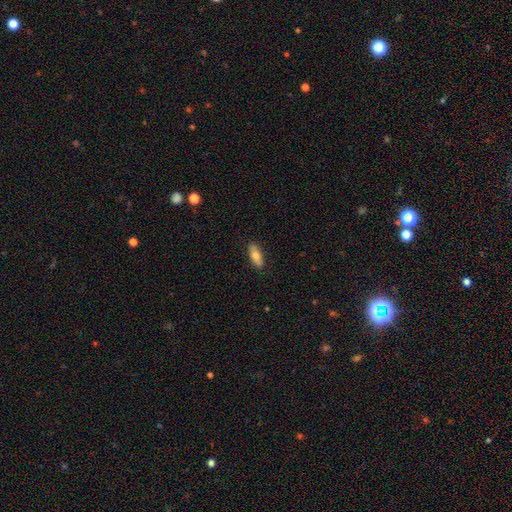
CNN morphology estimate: Smooth or featured: smooth — 72% (featured or disk — 22%)
How rounded: in between — 70% (cigar-shaped — 27%)
Merging: none — 88% (minor disturbance — 9%)